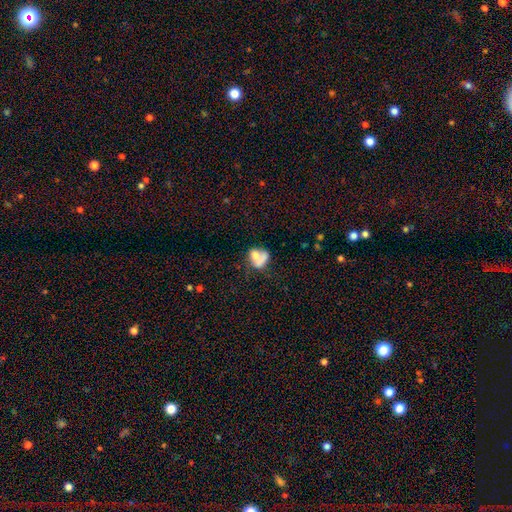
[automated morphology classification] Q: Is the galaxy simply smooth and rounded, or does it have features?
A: smooth — 60%.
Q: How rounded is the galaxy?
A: in between — 57%.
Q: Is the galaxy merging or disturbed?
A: merger — 40%.